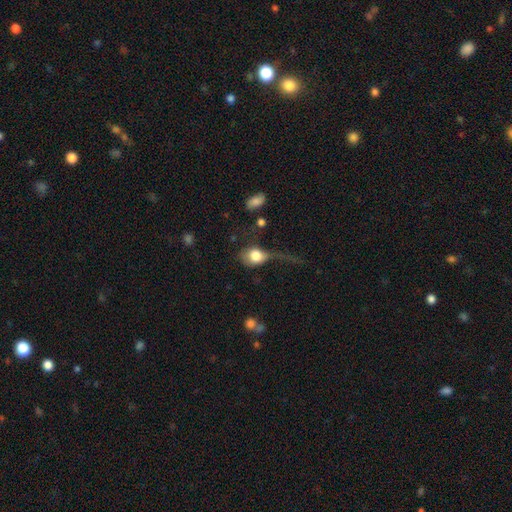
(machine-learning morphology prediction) A smooth galaxy with no disk features (73%) that is in between round and cigar-shaped (54%). Merging: major disturbance (55%).